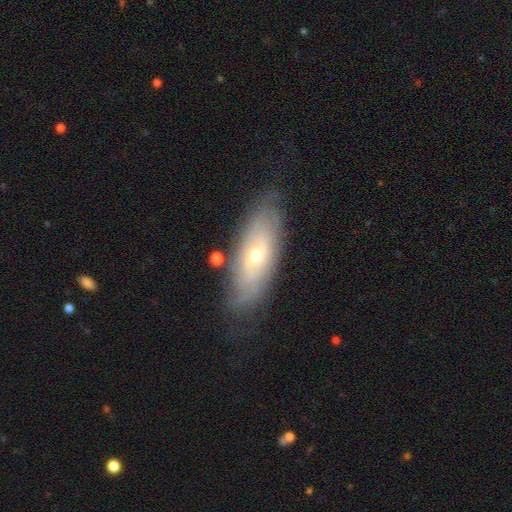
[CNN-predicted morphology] smooth_or_featured: featured or disk (p=0.64) [alt: smooth p=0.29]
disk_edge_on: no (p=0.80) [alt: yes p=0.20]
bar: no (p=0.61) [alt: weak p=0.31]
has_spiral_arms: yes (p=0.67) [alt: no p=0.33]
bulge_size: moderate (p=0.50) [alt: small p=0.46]
merging: none (p=0.74) [alt: minor disturbance p=0.18]